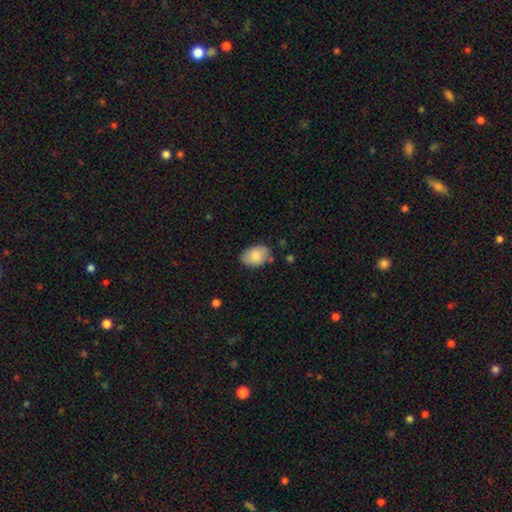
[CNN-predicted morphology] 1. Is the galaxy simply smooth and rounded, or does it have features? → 83% smooth, 10% featured or disk, 7% star or artifact.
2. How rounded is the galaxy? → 87% in between, 12% round, 1% cigar-shaped.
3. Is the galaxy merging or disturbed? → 74% none, 20% minor disturbance, 4% major disturbance, 3% merger.